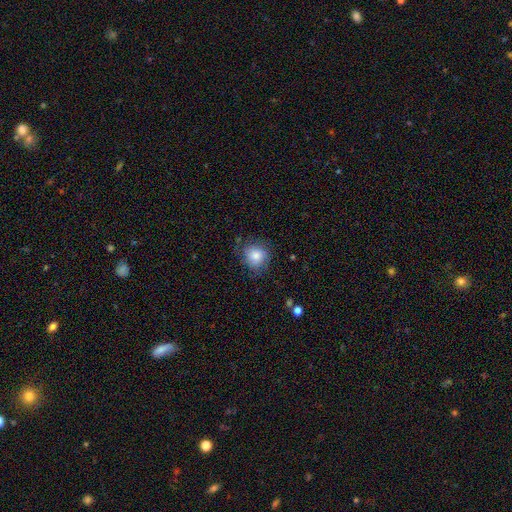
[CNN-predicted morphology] smooth 78%, featured or disk 13%, star or artifact 8%. Down the decision tree: how rounded — round (81%); merging — none (69%).